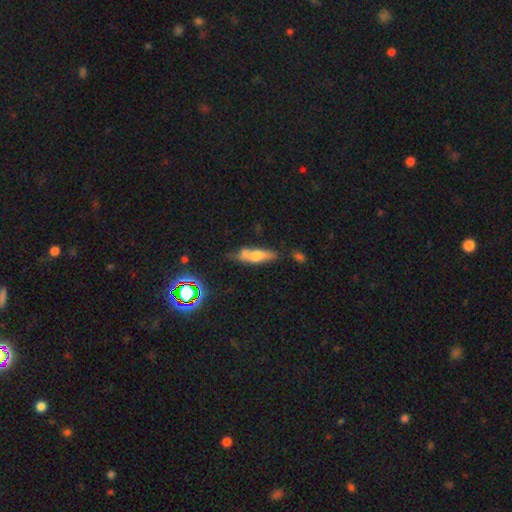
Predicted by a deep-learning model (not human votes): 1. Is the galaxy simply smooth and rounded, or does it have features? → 51% smooth, 38% featured or disk, 11% star or artifact.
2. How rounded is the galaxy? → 56% cigar-shaped, 41% in between, 3% round.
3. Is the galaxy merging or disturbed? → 53% none, 25% minor disturbance, 14% merger, 8% major disturbance.